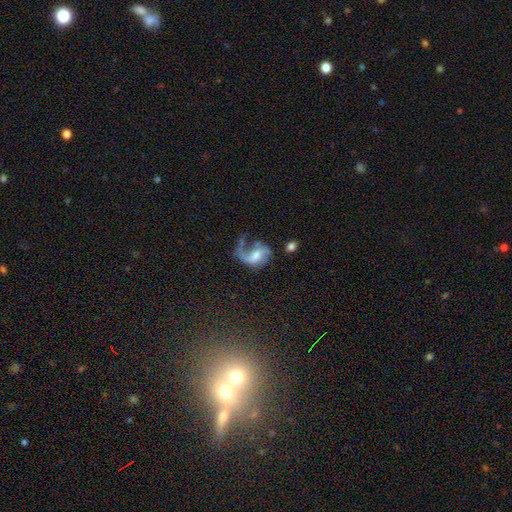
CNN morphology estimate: Q: Smooth or featured?
A: featured or disk (71%); runner-up: smooth (22%)
Q: Edge-on disk?
A: no (97%); runner-up: yes (3%)
Q: Bar?
A: no (47%); runner-up: weak (41%)
Q: Spiral arms?
A: yes (86%); runner-up: no (14%)
Q: Spiral winding?
A: loose (62%); runner-up: medium (30%)
Q: Spiral arm count?
A: 1 (64%); runner-up: 2 (27%)
Q: Bulge size?
A: moderate (46%); runner-up: small (25%)
Q: Merging?
A: major disturbance (48%); runner-up: none (28%)